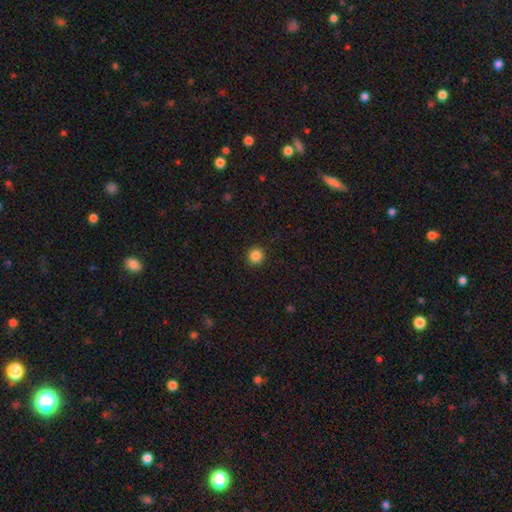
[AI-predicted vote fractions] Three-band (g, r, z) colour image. It shows a smooth galaxy with no disk features (86%) that is round (94%). Merging: none (93%).